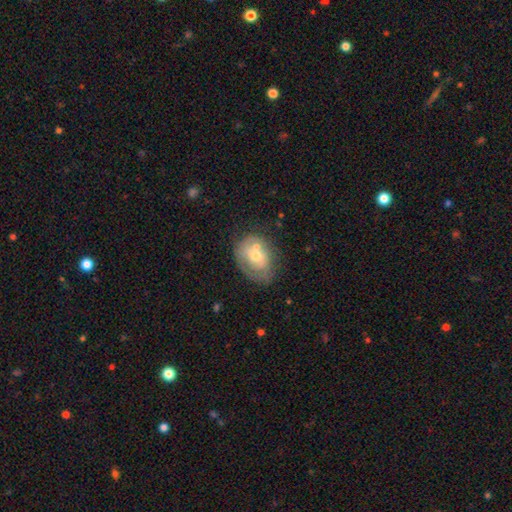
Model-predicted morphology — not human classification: Smooth or featured? Predicted: smooth (p=0.48). Merging? Predicted: none (p=0.41).